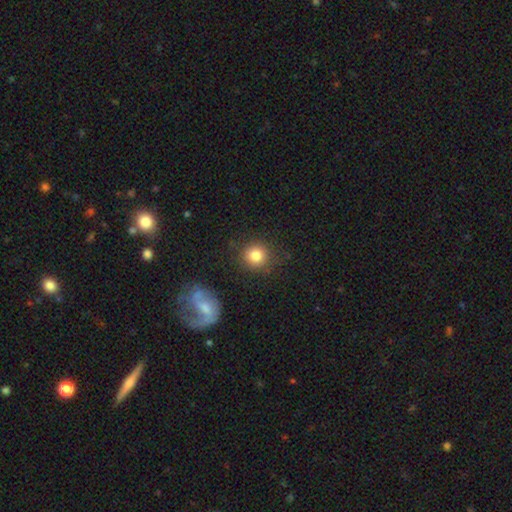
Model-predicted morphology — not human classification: smooth-or-featured: smooth: 83% | star or artifact: 10% | featured or disk: 7%
  how-rounded: round: 91% | in between: 8% | cigar-shaped: 1%
  merging: none: 86% | minor disturbance: 8% | major disturbance: 3% | merger: 3%